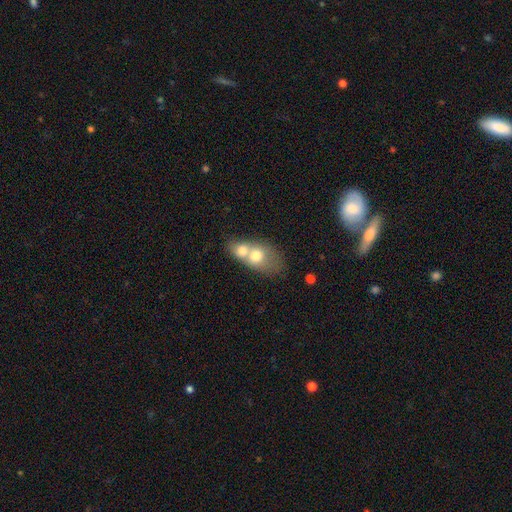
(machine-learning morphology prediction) Smooth or featured? smooth (65%)
How rounded? in between (67%)
Merging? merger (74%)